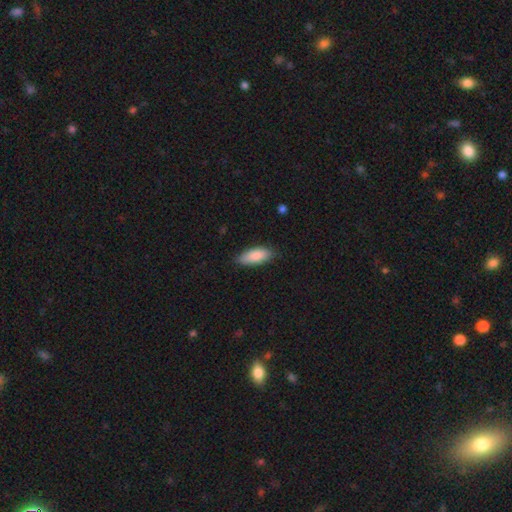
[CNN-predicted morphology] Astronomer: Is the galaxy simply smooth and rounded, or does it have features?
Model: smooth — 87%.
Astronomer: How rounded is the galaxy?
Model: in between — 81%.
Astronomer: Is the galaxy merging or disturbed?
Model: none — 81%.